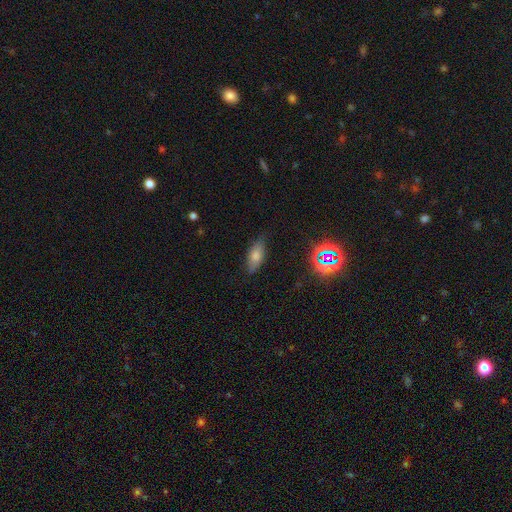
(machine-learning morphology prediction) This appears to be a smooth galaxy with no disk features (72%) that is in between round and cigar-shaped (81%). Merging: none (80%).